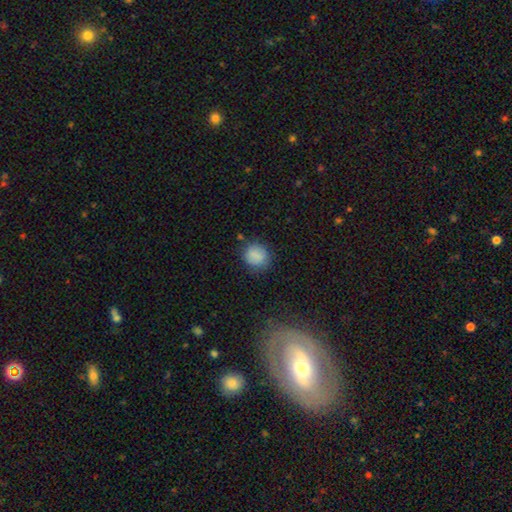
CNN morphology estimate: Smooth or featured?
  - smooth: 86% *
  - star or artifact: 9%
  - featured or disk: 6%
How rounded?
  - round: 74% *
  - in between: 25%
  - cigar-shaped: 1%
Merging?
  - none: 79% *
  - minor disturbance: 15%
  - major disturbance: 4%
  - merger: 2%